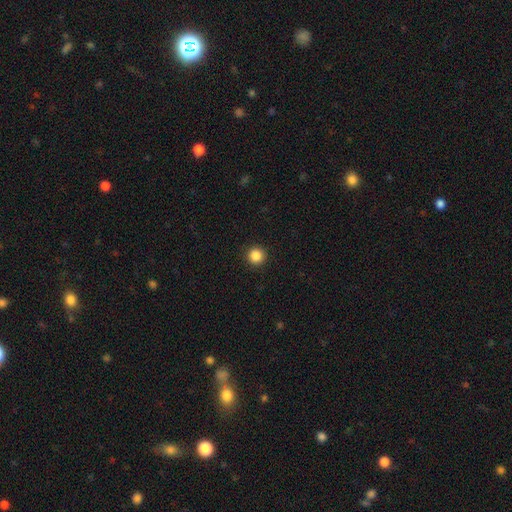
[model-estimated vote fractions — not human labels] smooth_or_featured: smooth (p=0.86) [alt: star or artifact p=0.11]
how_rounded: round (p=0.95) [alt: in between p=0.04]
merging: none (p=0.93) [alt: minor disturbance p=0.04]